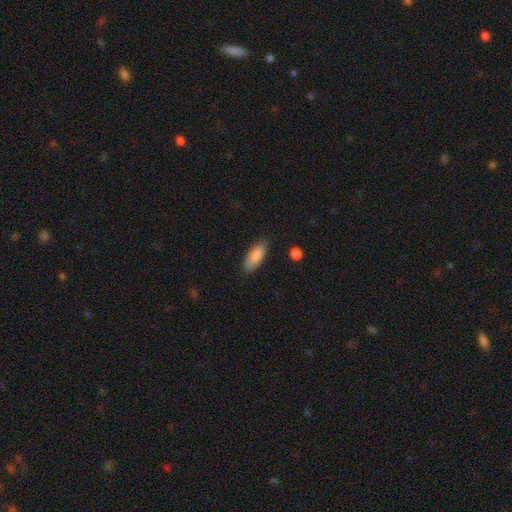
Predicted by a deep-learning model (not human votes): Overall: smooth (87%). How rounded: in between (73%). Merging: none (81%).